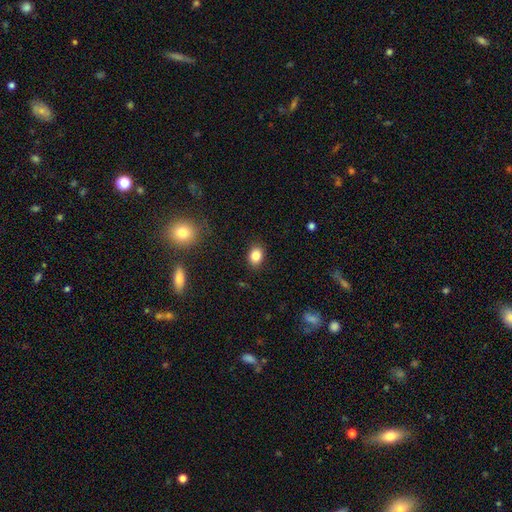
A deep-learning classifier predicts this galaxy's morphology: smooth-or-featured: smooth: 84% | star or artifact: 10% | featured or disk: 6%
  how-rounded: in between: 65% | round: 34% | cigar-shaped: 1%
  merging: none: 87% | minor disturbance: 10% | major disturbance: 2% | merger: 1%